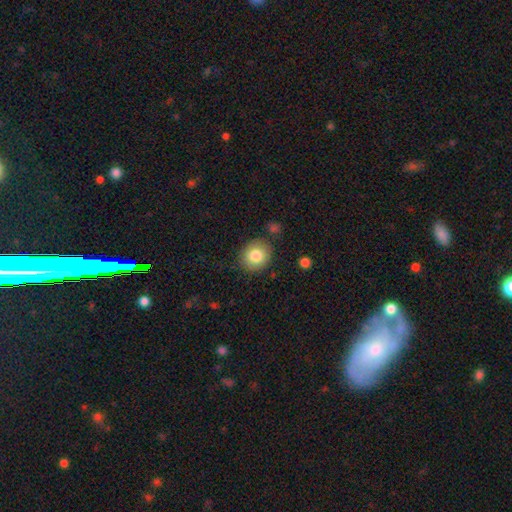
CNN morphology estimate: Smooth or featured?
  - smooth: 82% *
  - featured or disk: 9%
  - star or artifact: 9%
How rounded?
  - round: 78% *
  - in between: 21%
  - cigar-shaped: 1%
Merging?
  - none: 85% *
  - minor disturbance: 10%
  - major disturbance: 3%
  - merger: 3%